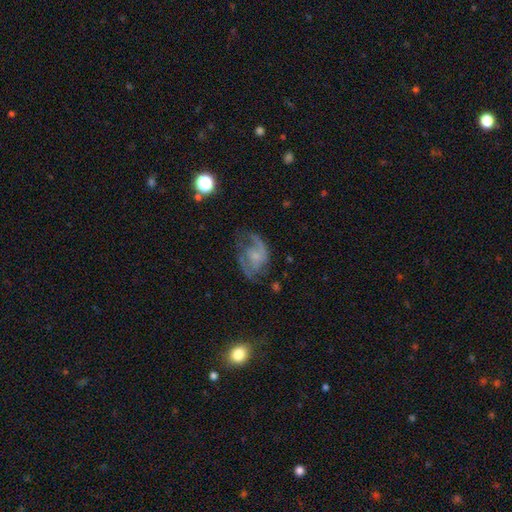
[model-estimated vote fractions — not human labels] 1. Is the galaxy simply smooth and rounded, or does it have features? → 76% featured or disk, 16% smooth, 8% star or artifact.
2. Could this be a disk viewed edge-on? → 98% no, 2% yes.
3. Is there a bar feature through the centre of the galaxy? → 60% no, 34% weak, 6% strong.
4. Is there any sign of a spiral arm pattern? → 88% yes, 12% no.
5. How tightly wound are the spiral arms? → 48% medium, 32% loose, 20% tight.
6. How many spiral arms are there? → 68% 2, 12% 1, 12% can't tell, 4% 3, 2% 4, 2% more than 4.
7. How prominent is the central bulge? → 55% small, 22% none, 18% moderate, 3% large, 1% dominant.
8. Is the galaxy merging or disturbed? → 52% none, 23% major disturbance, 22% minor disturbance, 2% merger.